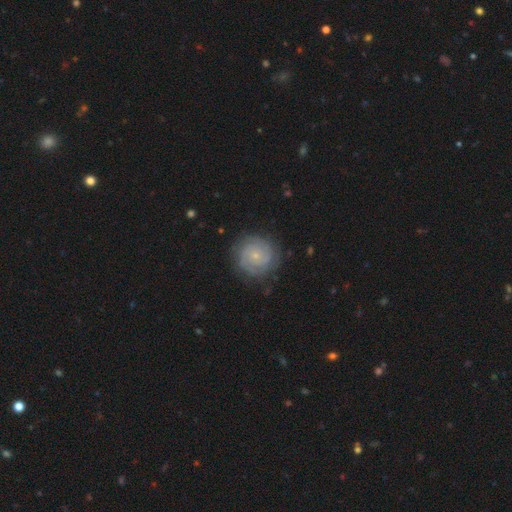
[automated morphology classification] Q: Smooth or featured?
A: featured or disk (63%); runner-up: smooth (29%)
Q: Edge-on disk?
A: no (98%); runner-up: yes (2%)
Q: Bar?
A: no (82%); runner-up: weak (15%)
Q: Spiral arms?
A: yes (89%); runner-up: no (11%)
Q: Spiral winding?
A: tight (73%); runner-up: medium (21%)
Q: Spiral arm count?
A: can't tell (37%); runner-up: 2 (30%)
Q: Bulge size?
A: small (83%); runner-up: moderate (11%)
Q: Merging?
A: none (80%); runner-up: minor disturbance (14%)